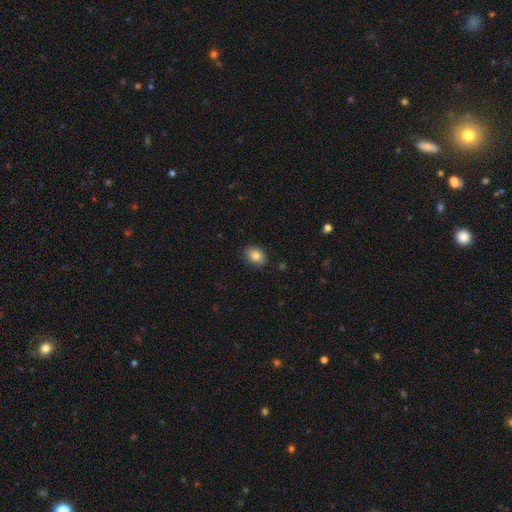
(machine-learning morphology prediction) smooth_or_featured: smooth (p=0.85) [alt: star or artifact p=0.08]
how_rounded: in between (p=0.69) [alt: round p=0.30]
merging: none (p=0.85) [alt: minor disturbance p=0.11]